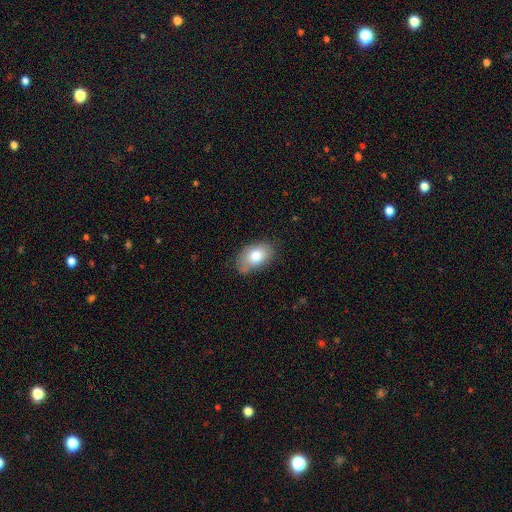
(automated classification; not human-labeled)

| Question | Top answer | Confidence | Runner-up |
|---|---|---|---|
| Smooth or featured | smooth | 79% | featured or disk (13%) |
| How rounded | in between | 91% | round (8%) |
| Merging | none | 69% | minor disturbance (24%) |